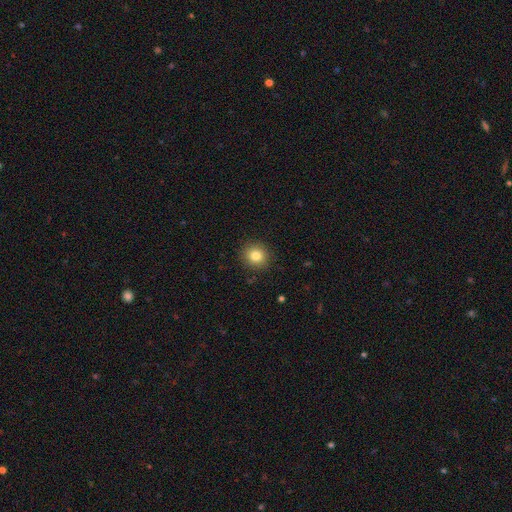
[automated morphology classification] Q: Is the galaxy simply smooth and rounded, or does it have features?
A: smooth — 82%.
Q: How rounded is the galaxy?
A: round — 88%.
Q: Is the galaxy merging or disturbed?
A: none — 90%.